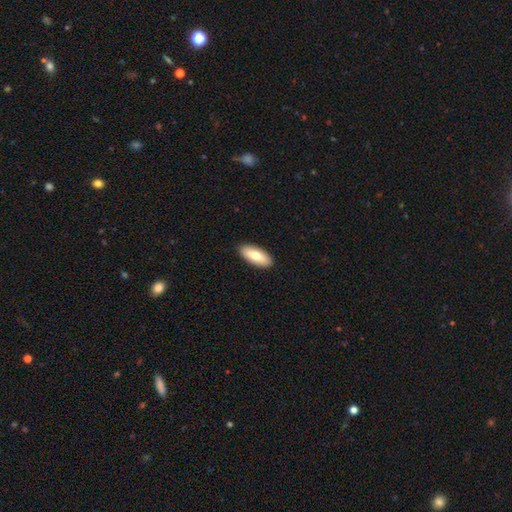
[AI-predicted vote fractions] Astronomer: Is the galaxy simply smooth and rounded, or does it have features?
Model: smooth — 75%.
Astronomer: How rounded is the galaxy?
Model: in between — 81%.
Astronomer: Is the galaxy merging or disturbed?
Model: none — 91%.